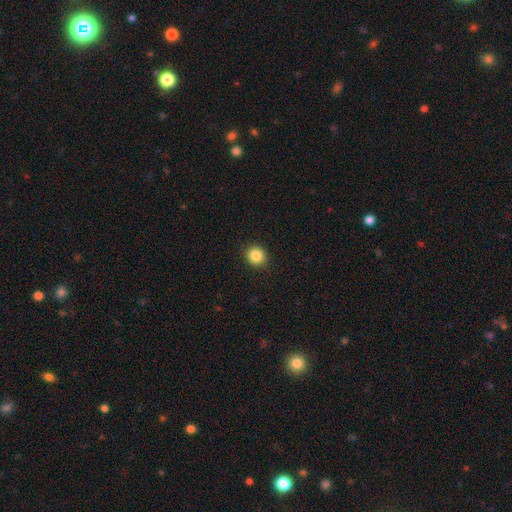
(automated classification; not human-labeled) Q: Smooth or featured?
A: smooth (85%); runner-up: star or artifact (10%)
Q: How rounded?
A: round (86%); runner-up: in between (14%)
Q: Merging?
A: none (92%); runner-up: minor disturbance (6%)